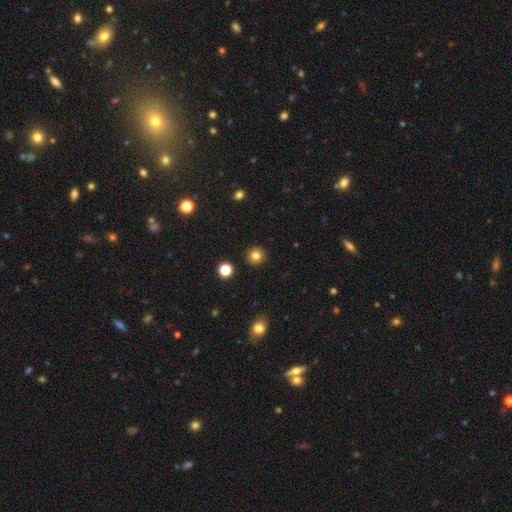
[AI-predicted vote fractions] Morphology: type=smooth (82%); roundness=round (94%); merging=none (92%).